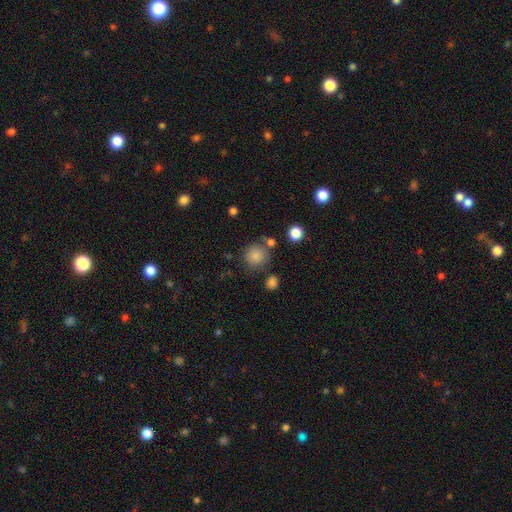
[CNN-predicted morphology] Smooth or featured: smooth — 84% (star or artifact — 11%)
How rounded: round — 91% (in between — 8%)
Merging: none — 75% (minor disturbance — 12%)